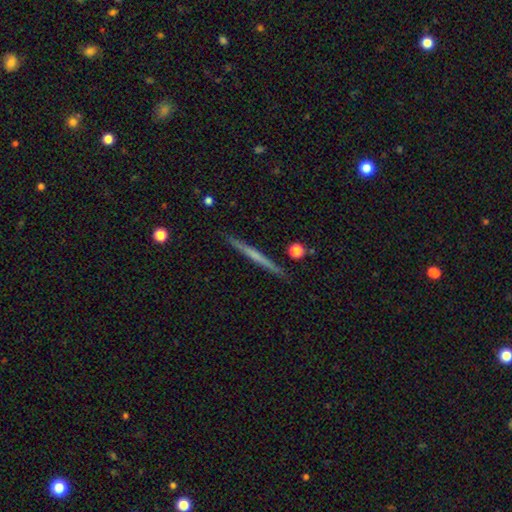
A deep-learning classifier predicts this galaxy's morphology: This is possibly a featured or disk galaxy (55%). It is clearly viewed edge-on (98%). Edge-on bulge: likely none (79%). Merging: clearly none (92%).